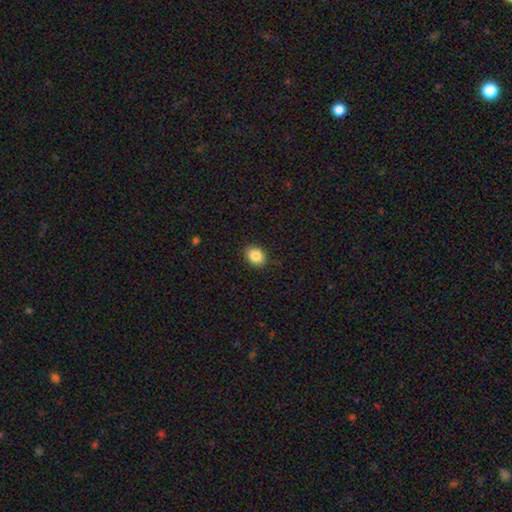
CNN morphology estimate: smooth-or-featured: smooth: 86% | star or artifact: 9% | featured or disk: 5%
  how-rounded: in between: 59% | round: 40% | cigar-shaped: 1%
  merging: none: 88% | minor disturbance: 9% | major disturbance: 2% | merger: 1%